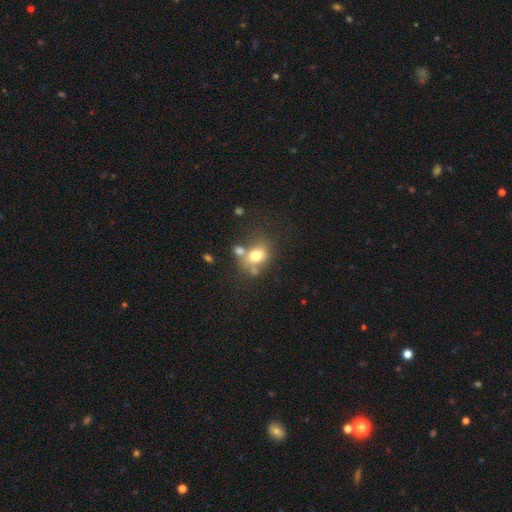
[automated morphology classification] smooth_or_featured: smooth (p=0.72) [alt: featured or disk p=0.16]
how_rounded: in between (p=0.50) [alt: round p=0.49]
merging: none (p=0.45) [alt: merger p=0.31]